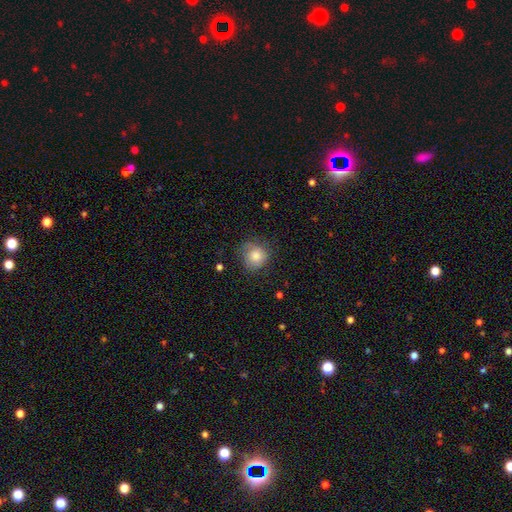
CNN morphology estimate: This appears to be a smooth galaxy with no disk features (77%) that is round (84%). Merging: none (65%).